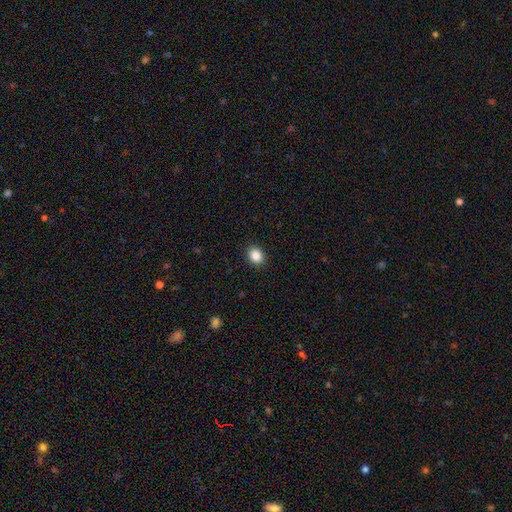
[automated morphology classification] smooth-or-featured: smooth: 87% | star or artifact: 10% | featured or disk: 4%
  how-rounded: round: 62% | in between: 37% | cigar-shaped: 1%
  merging: none: 91% | minor disturbance: 6% | major disturbance: 2% | merger: 1%